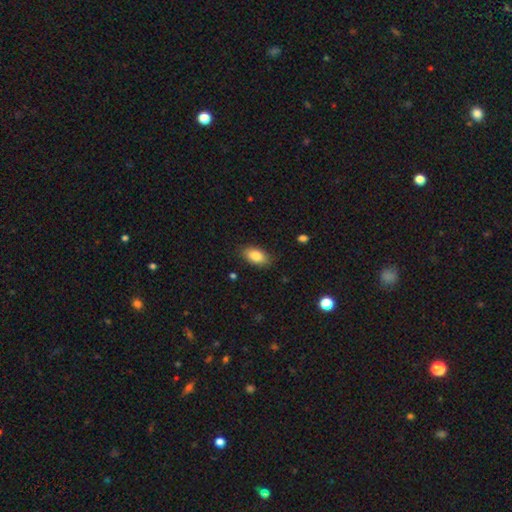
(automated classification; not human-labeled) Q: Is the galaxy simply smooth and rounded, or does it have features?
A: smooth — 85%.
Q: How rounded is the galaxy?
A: in between — 92%.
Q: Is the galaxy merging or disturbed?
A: none — 84%.